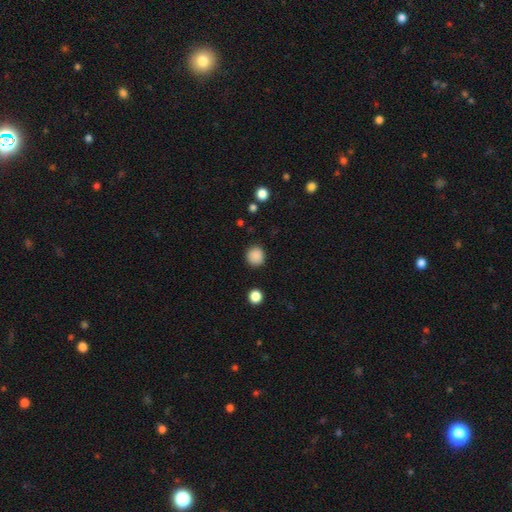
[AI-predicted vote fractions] A smooth galaxy with no disk features (87%) that is round (90%).

Vote fractions:
- Smooth or featured? smooth: 87% / star or artifact: 10% / featured or disk: 3%
- How rounded? round: 90% / in between: 9% / cigar-shaped: 1%
- Merging? none: 90% / minor disturbance: 7% / major disturbance: 2% / merger: 1%